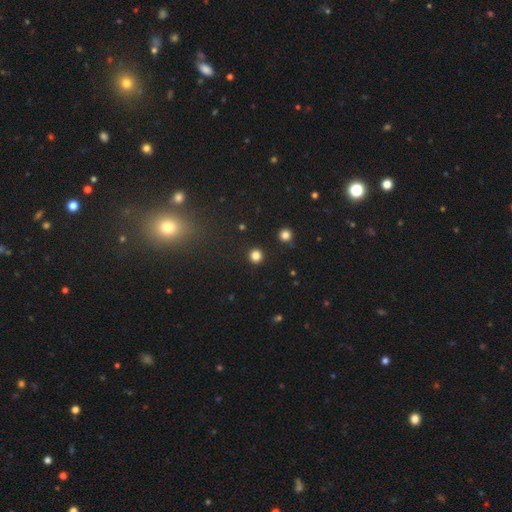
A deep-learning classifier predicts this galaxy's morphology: Smooth or featured: smooth — 82% (star or artifact — 14%)
How rounded: round — 94% (in between — 5%)
Merging: none — 92% (minor disturbance — 5%)